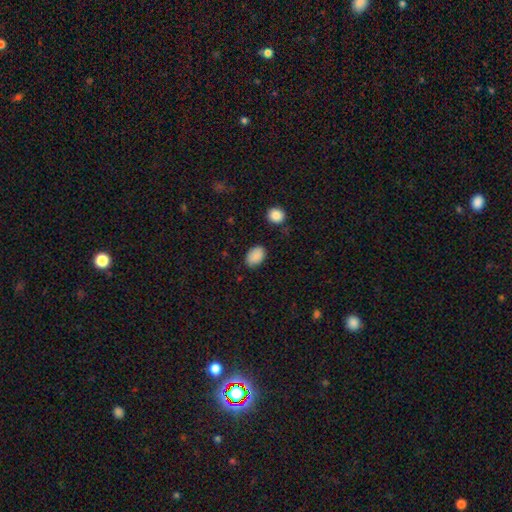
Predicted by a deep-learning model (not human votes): A smooth galaxy with no disk features (89%) that is in between round and cigar-shaped (84%). Merging: none (83%).